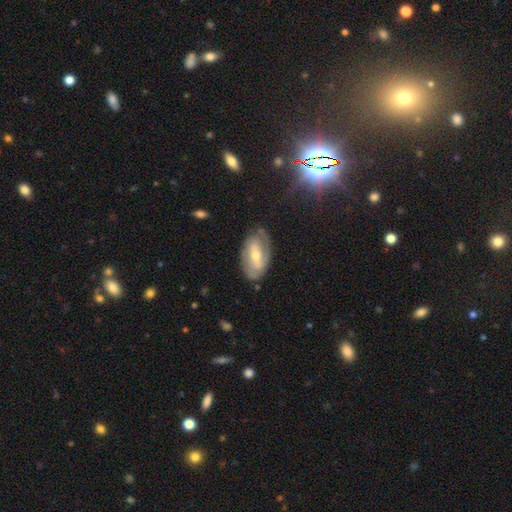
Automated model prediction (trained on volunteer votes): Smooth or featured: featured or disk — 69% (smooth — 25%)
Edge-on disk: no — 92% (yes — 8%)
Bar: weak — 40% (strong — 35%)
Spiral arms: yes — 77% (no — 23%)
Bulge size: moderate — 54% (small — 41%)
Merging: none — 73% (minor disturbance — 19%)